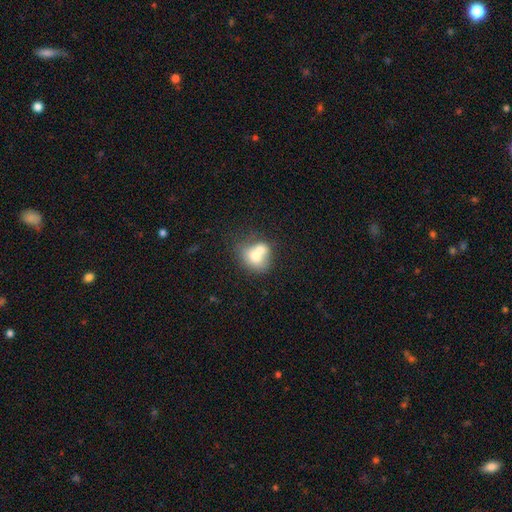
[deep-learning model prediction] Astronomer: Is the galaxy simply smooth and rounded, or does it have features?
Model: smooth — 66%.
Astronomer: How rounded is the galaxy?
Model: round — 58% (runner-up: in between, 41%).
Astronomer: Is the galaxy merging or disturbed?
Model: merger — 62%.